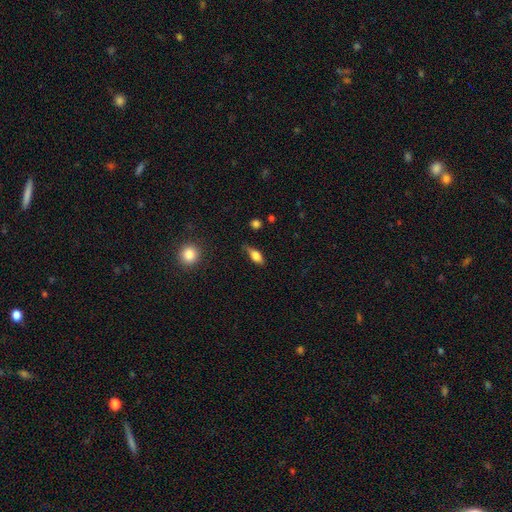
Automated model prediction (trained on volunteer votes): Smooth or featured?
  - smooth: 75% *
  - featured or disk: 16%
  - star or artifact: 8%
How rounded?
  - in between: 77% *
  - cigar-shaped: 17%
  - round: 6%
Merging?
  - none: 60% *
  - minor disturbance: 29%
  - major disturbance: 9%
  - merger: 2%